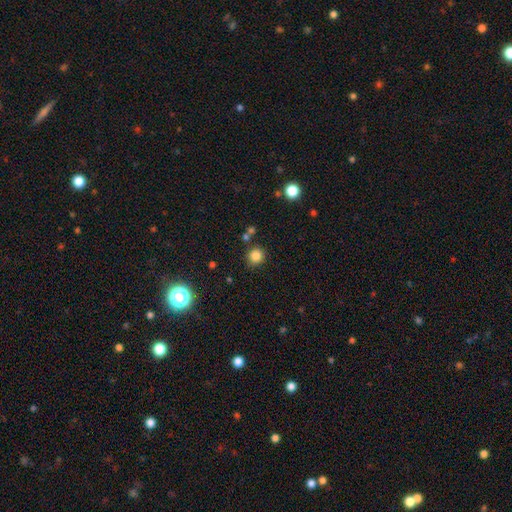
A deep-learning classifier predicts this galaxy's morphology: This is clearly a smooth galaxy (82%). How rounded: clearly round (91%). Merging: clearly none (82%).